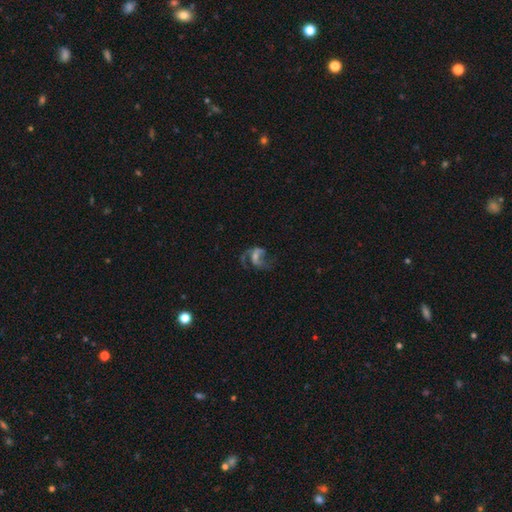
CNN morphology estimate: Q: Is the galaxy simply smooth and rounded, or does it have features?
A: featured or disk — 71%.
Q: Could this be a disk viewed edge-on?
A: no — 97%.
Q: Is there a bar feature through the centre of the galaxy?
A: weak — 40%, tied with no.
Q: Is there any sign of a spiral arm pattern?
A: yes — 80%.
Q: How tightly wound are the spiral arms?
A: loose — 54%.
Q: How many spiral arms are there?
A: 2 — 65%.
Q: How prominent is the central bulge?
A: small — 45%.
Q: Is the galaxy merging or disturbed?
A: none — 41%.